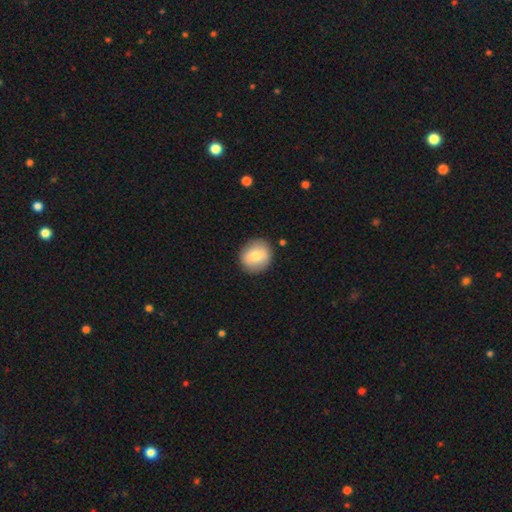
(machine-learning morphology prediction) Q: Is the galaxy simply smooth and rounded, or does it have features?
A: smooth — 73%.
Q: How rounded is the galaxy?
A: round — 82%.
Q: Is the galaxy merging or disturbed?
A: none — 88%.